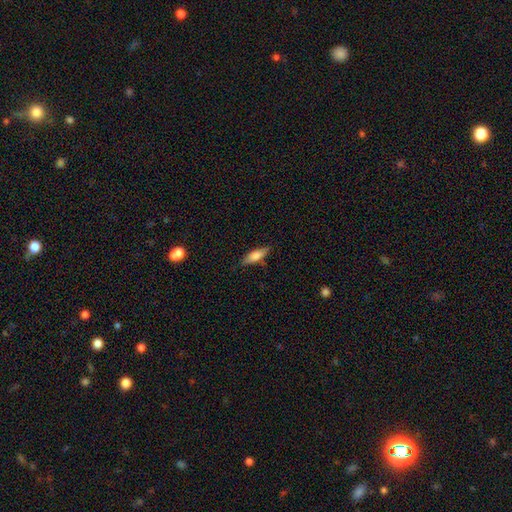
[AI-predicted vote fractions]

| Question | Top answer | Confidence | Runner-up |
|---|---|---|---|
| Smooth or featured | smooth | 74% | featured or disk (20%) |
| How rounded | cigar-shaped | 49% | tied: in between (49%) |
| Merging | none | 82% | minor disturbance (14%) |